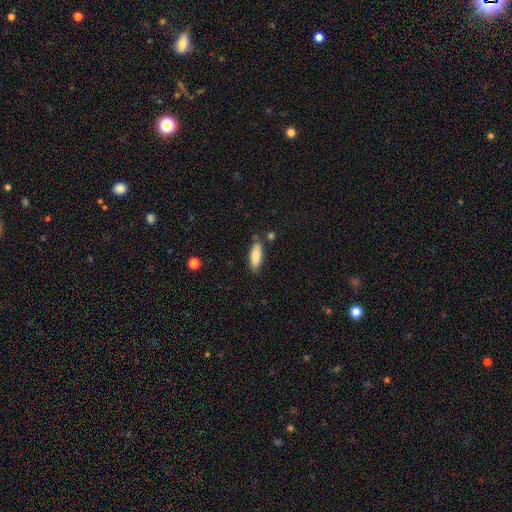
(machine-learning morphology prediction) Smooth or featured?
  - smooth: 83% *
  - featured or disk: 10%
  - star or artifact: 6%
How rounded?
  - in between: 71% *
  - cigar-shaped: 27%
  - round: 2%
Merging?
  - none: 78% *
  - minor disturbance: 14%
  - merger: 5%
  - major disturbance: 3%